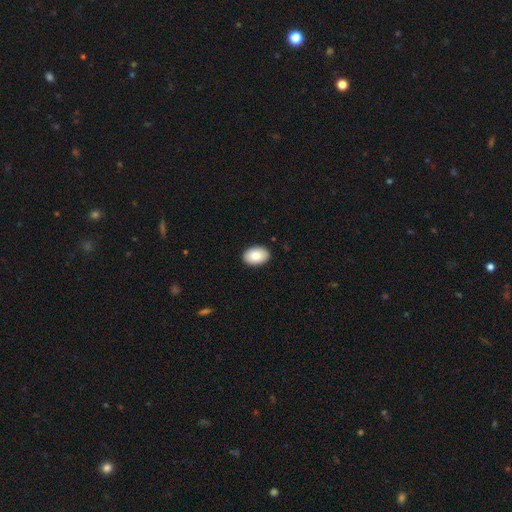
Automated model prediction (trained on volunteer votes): Q: Smooth or featured?
A: smooth (87%); runner-up: featured or disk (7%)
Q: How rounded?
A: in between (88%); runner-up: round (11%)
Q: Merging?
A: none (90%); runner-up: minor disturbance (7%)